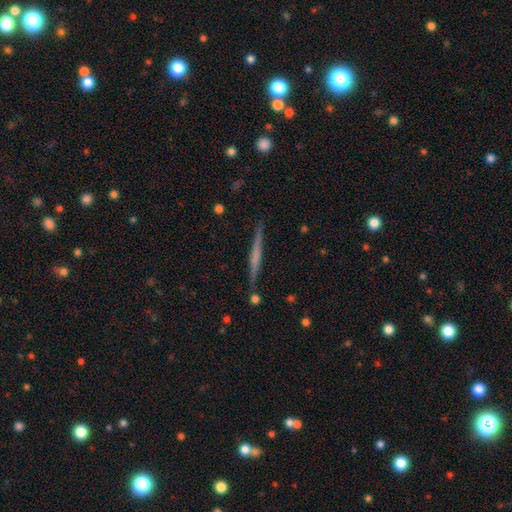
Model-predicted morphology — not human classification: Smooth or featured? featured or disk (58%)
Edge-on disk? yes (98%)
Edge-on bulge? none (70%)
Merging? none (89%)